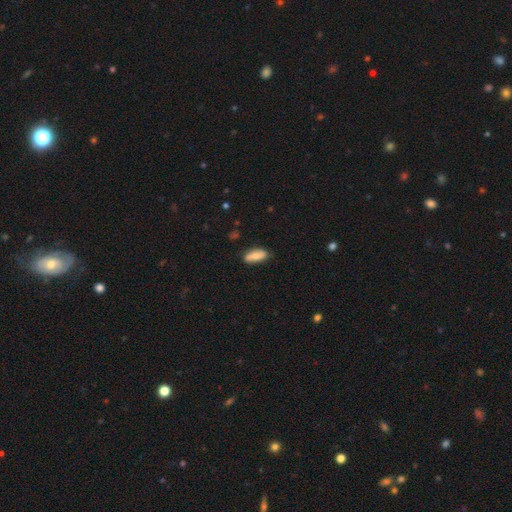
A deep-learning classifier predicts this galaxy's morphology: smooth_or_featured: smooth (p=0.72) [alt: featured or disk p=0.21]
how_rounded: in between (p=0.81) [alt: cigar-shaped p=0.16]
merging: none (p=0.76) [alt: minor disturbance p=0.19]